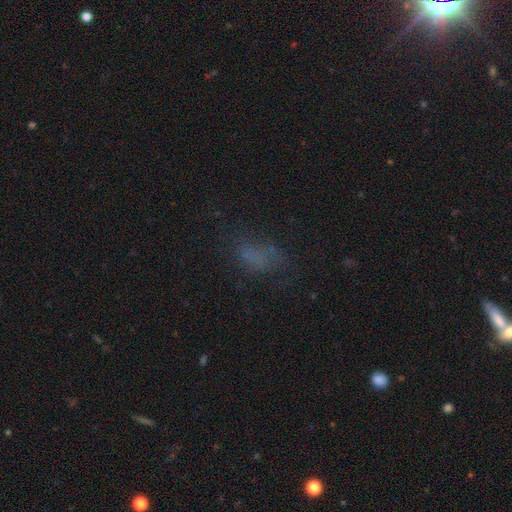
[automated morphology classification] Smooth or featured? smooth (56%)
How rounded? in between (82%)
Merging? none (51%)